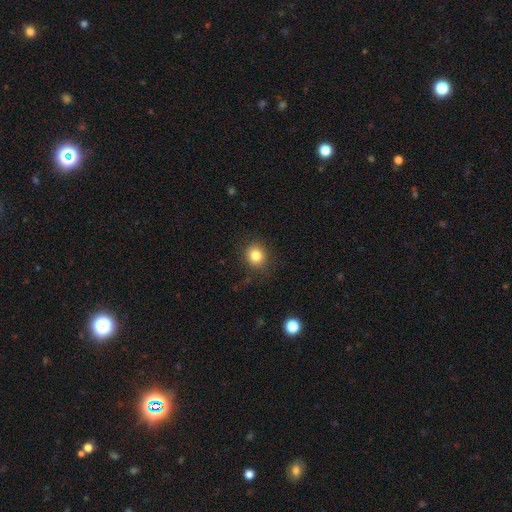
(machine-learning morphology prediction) This appears to be a smooth galaxy with no disk features (83%) that is round (81%). Merging: none (86%).